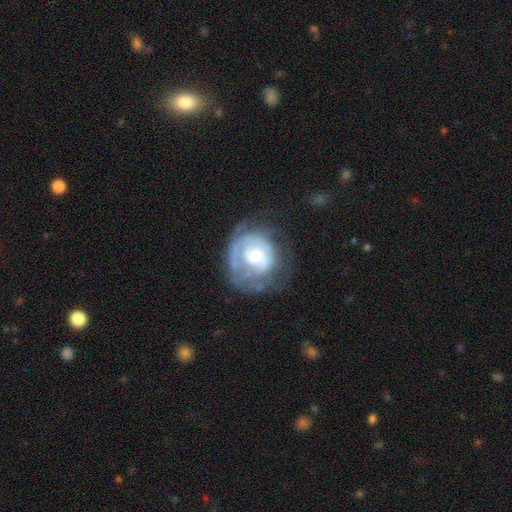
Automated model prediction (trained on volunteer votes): Smooth or featured? featured or disk (62%)
Edge-on disk? no (98%)
Bar? no (76%)
Spiral arms? yes (62%)
Bulge size? moderate (37%)
Merging? none (48%)